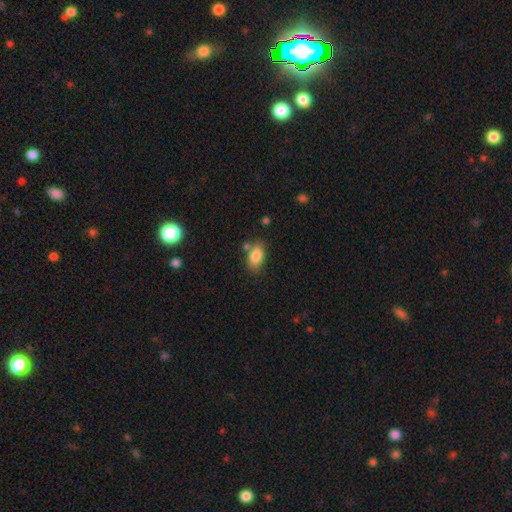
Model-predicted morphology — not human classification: smooth-or-featured: smooth: 84% | star or artifact: 8% | featured or disk: 8%
  how-rounded: in between: 88% | round: 9% | cigar-shaped: 2%
  merging: none: 72% | minor disturbance: 15% | merger: 9% | major disturbance: 4%